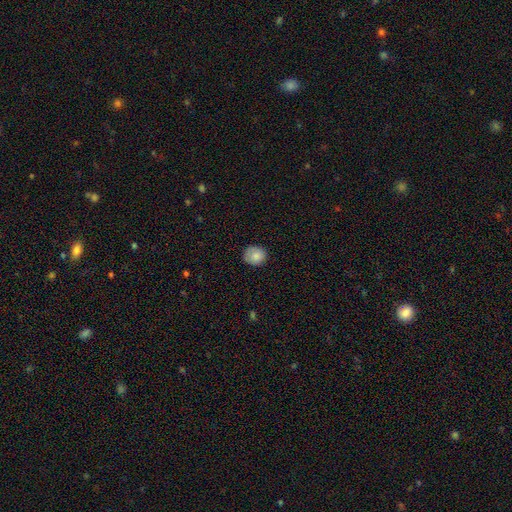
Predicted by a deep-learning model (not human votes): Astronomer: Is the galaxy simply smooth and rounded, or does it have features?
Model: smooth — 82%.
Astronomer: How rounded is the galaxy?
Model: round — 79%.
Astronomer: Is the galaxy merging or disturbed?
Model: none — 81%.